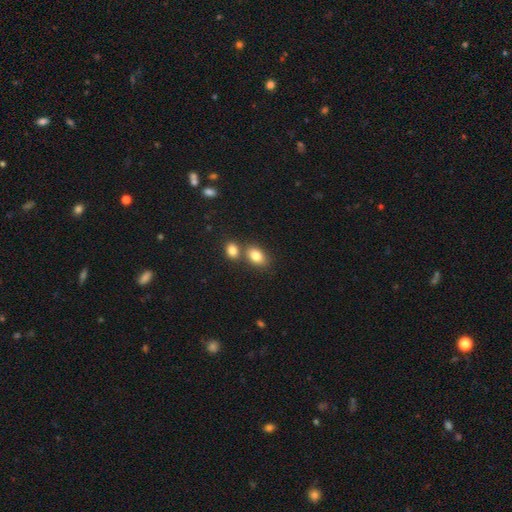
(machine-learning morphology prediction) smooth-or-featured: smooth: 82% | star or artifact: 9% | featured or disk: 9%
  how-rounded: in between: 78% | round: 21% | cigar-shaped: 1%
  merging: none: 54% | merger: 34% | minor disturbance: 9% | major disturbance: 3%